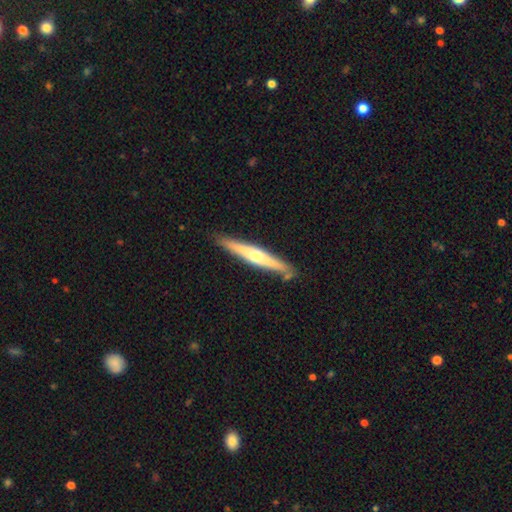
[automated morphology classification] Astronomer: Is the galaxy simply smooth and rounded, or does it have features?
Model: featured or disk — 62%.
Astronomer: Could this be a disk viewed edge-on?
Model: yes — 95%.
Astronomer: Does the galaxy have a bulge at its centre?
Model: rounded — 85%.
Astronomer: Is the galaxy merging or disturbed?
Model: none — 85%.